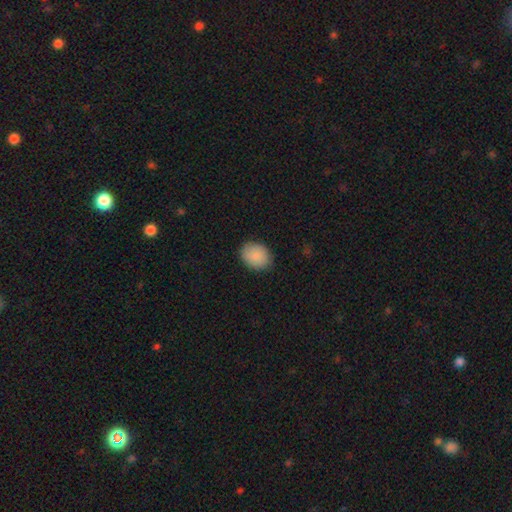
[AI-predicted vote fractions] A smooth galaxy with no disk features (89%) that is in between round and cigar-shaped (56%).

Vote fractions:
- Smooth or featured? smooth: 89% / star or artifact: 7% / featured or disk: 4%
- How rounded? in between: 56% / round: 43% / cigar-shaped: 1%
- Merging? none: 86% / minor disturbance: 11% / major disturbance: 2% / merger: 1%